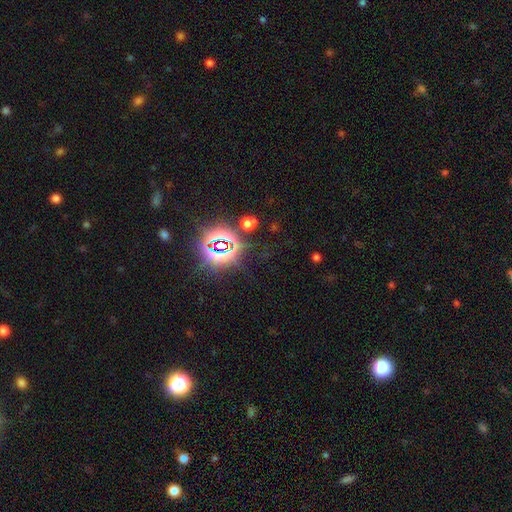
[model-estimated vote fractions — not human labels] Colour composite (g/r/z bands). It shows a star or artifact, not a galaxy (82%).